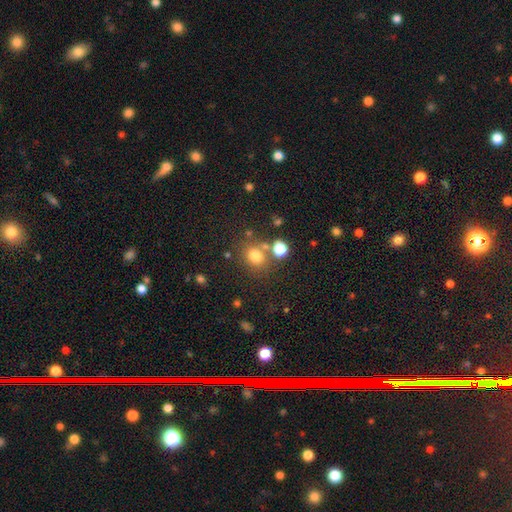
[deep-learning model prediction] Morphology: type=smooth (74%); roundness=round (76%); merging=none (68%).